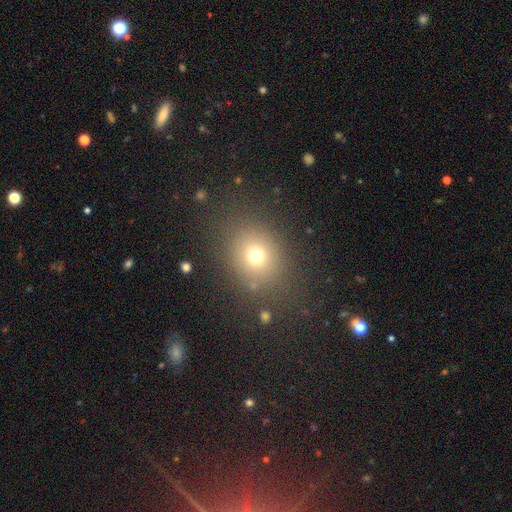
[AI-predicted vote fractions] smooth-or-featured: smooth: 71% | star or artifact: 18% | featured or disk: 11%
  how-rounded: round: 62% | in between: 37% | cigar-shaped: 1%
  merging: none: 81% | minor disturbance: 10% | major disturbance: 6% | merger: 2%